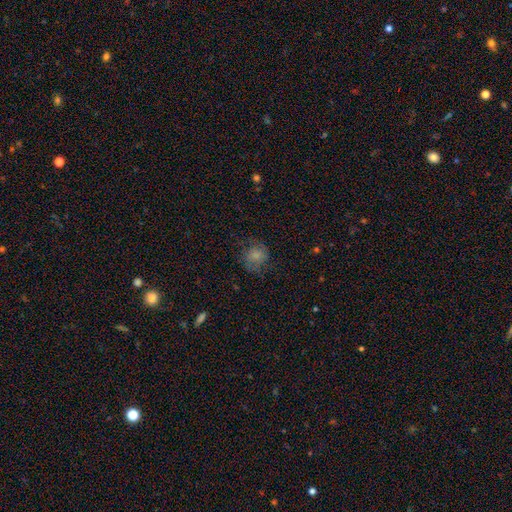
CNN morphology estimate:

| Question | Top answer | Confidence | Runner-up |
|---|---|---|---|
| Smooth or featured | smooth | 67% | featured or disk (22%) |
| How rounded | round | 80% | in between (19%) |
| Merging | none | 65% | minor disturbance (21%) |